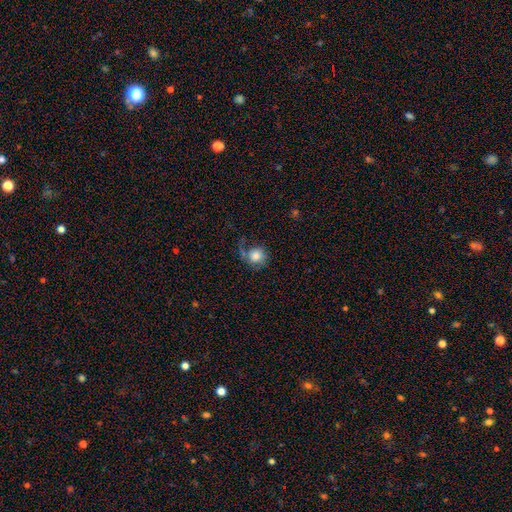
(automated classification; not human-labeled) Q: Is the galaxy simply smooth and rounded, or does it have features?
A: smooth — 77%.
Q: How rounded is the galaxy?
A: round — 85%.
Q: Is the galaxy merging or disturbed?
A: none — 50%.